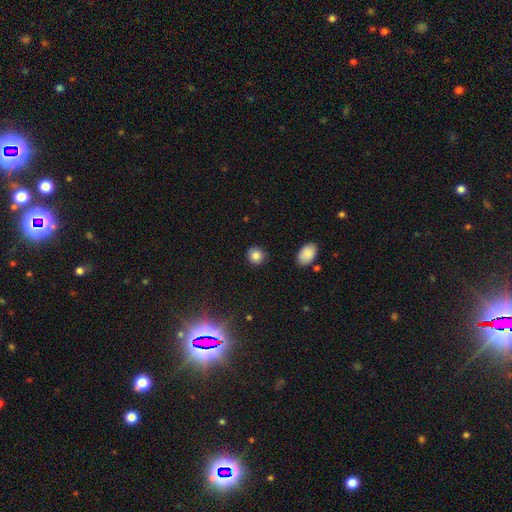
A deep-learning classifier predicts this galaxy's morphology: Q: Smooth or featured?
A: smooth (84%); runner-up: star or artifact (10%)
Q: How rounded?
A: round (83%); runner-up: in between (16%)
Q: Merging?
A: none (88%); runner-up: minor disturbance (8%)